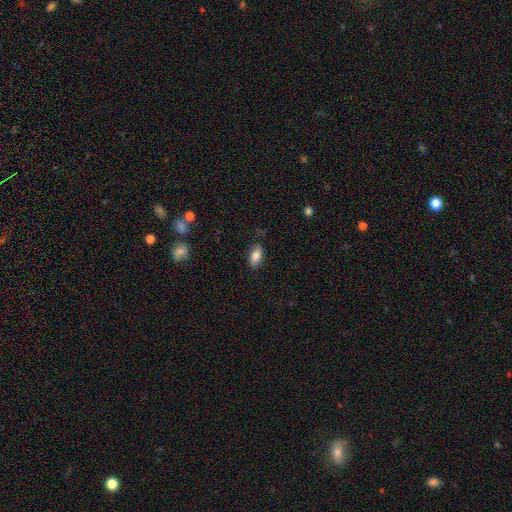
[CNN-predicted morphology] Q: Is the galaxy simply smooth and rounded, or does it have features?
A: smooth — 81%.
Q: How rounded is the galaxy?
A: in between — 90%.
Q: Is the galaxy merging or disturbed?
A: none — 83%.